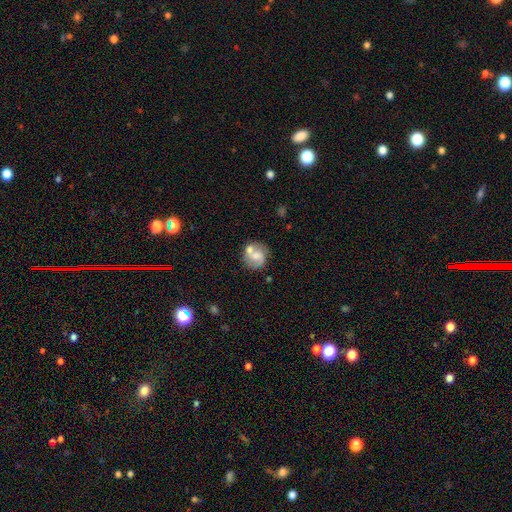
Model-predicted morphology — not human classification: Smooth or featured? featured or disk (55%)
Edge-on disk? no (98%)
Bar? no (59%)
Spiral arms? yes (78%)
Bulge size? moderate (46%)
Merging? none (48%)